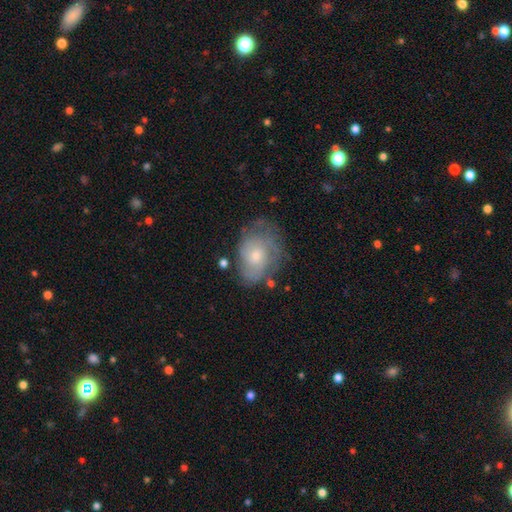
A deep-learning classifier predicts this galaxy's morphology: Overall: featured or disk (59%; smooth 34%). Edge-on disk: no (96%). Bar: no (77%). Spiral arms: yes (77%). Bulge size: small (51%; moderate 43%). Merging: none (59%; minor disturbance 26%).